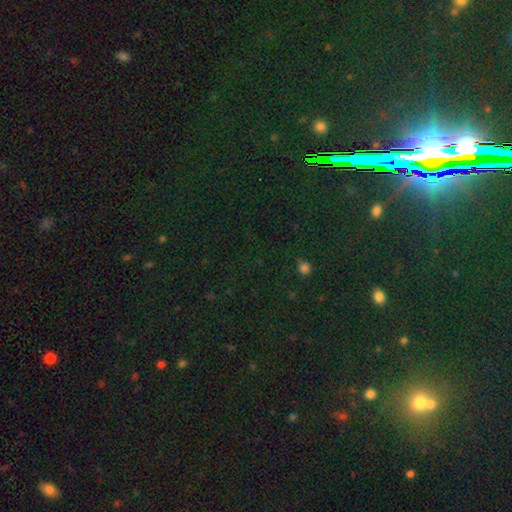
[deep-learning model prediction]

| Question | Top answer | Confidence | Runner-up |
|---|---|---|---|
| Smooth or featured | star or artifact | 82% | smooth (9%) |